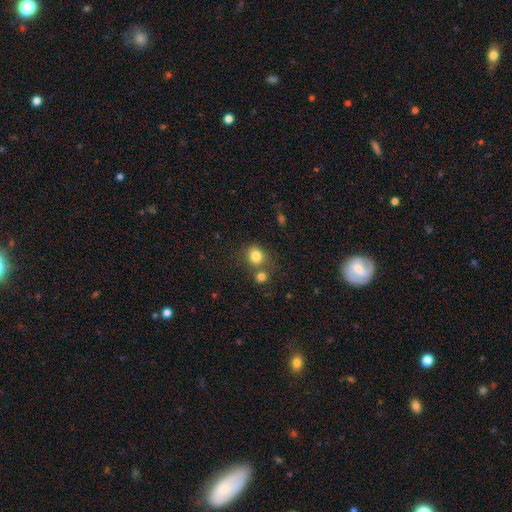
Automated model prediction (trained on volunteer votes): Morphology: type=smooth (81%); roundness=round (76%); merging=none (58%).